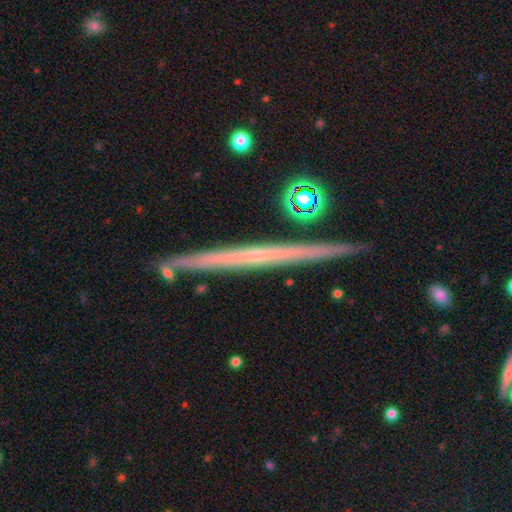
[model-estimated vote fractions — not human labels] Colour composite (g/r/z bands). It shows a featured or disk galaxy (68%) viewed edge-on (97%) with no central bulge (81%). Merging: none (88%).